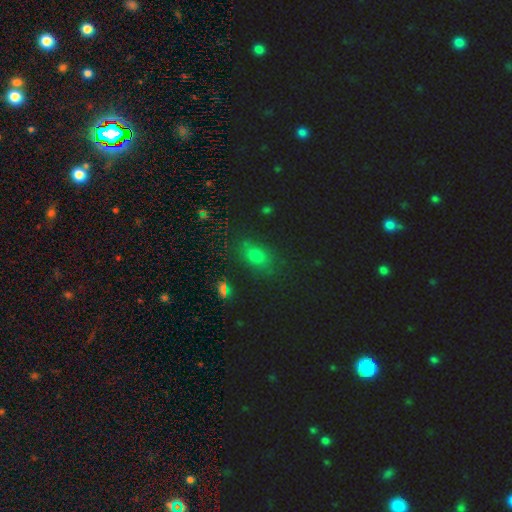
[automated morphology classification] Q: Smooth or featured?
A: smooth (69%); runner-up: star or artifact (23%)
Q: How rounded?
A: in between (70%); runner-up: round (25%)
Q: Merging?
A: none (76%); runner-up: minor disturbance (15%)